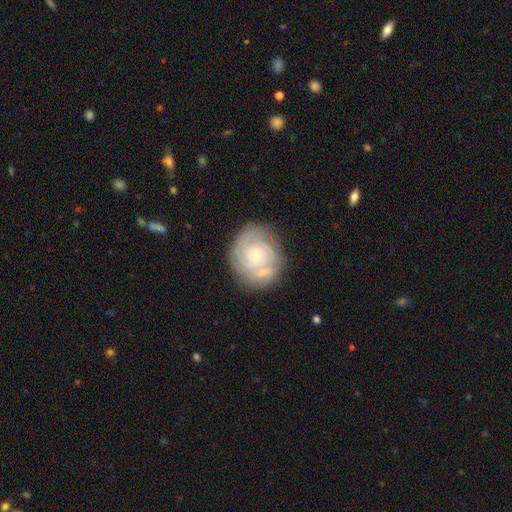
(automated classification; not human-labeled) This appears to be a featured or disk galaxy (71%) with no bar (78%), tight (71%) spiral arms (88%) and a small central bulge (75%). Merging: none (66%).